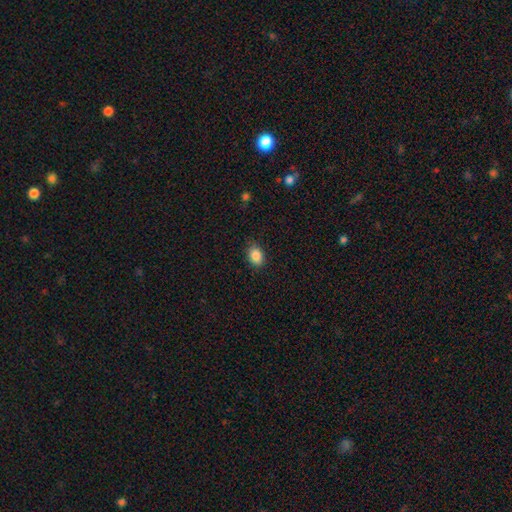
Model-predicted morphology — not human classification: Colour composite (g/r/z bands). It shows a smooth galaxy with no disk features (87%) that is in between round and cigar-shaped (70%). Merging: none (84%).